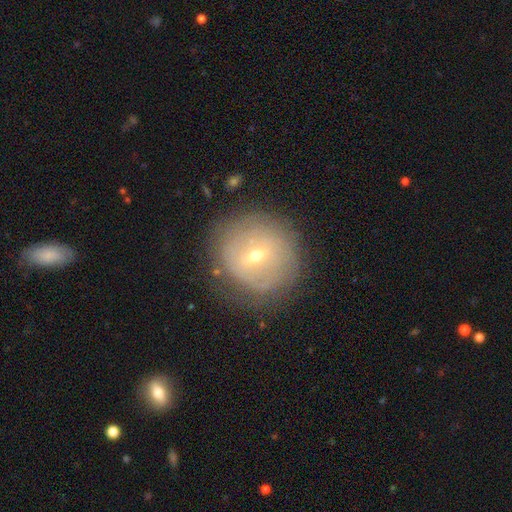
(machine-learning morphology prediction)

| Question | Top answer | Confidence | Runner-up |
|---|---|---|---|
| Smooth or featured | featured or disk | 57% | smooth (33%) |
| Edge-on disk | no | 95% | yes (5%) |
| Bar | weak | 50% | no (32%) |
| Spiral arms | no | 52% | yes (48%) |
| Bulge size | small | 61% | moderate (36%) |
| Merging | none | 77% | minor disturbance (15%) |